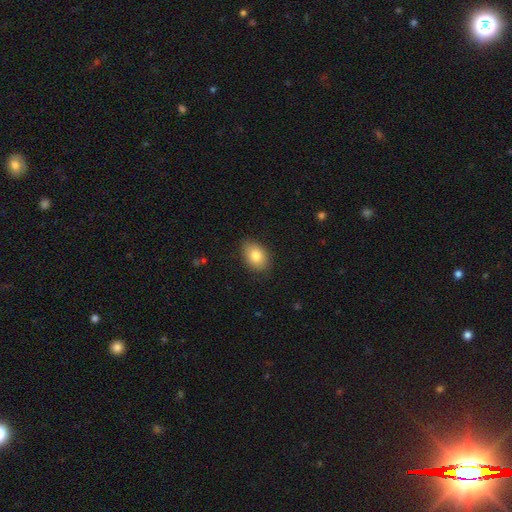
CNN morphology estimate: This is clearly a smooth galaxy (83%). How rounded: clearly in between (82%). Merging: clearly none (84%).